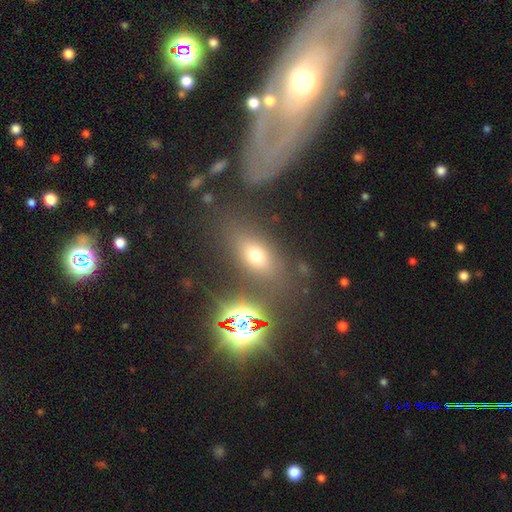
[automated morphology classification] Smooth or featured: smooth — 61% (star or artifact — 22%)
How rounded: in between — 73% (round — 17%)
Merging: none — 74% (minor disturbance — 13%)